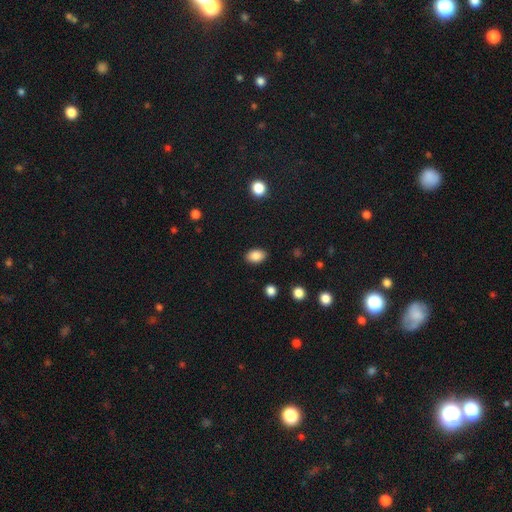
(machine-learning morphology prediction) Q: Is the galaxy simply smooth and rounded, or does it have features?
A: smooth — 87%.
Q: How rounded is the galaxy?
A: in between — 83%.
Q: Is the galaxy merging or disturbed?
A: none — 88%.